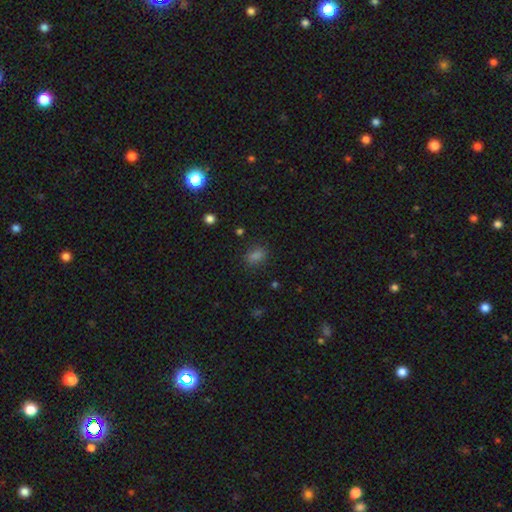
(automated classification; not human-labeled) A smooth galaxy with no disk features (74%) that is in between round and cigar-shaped (73%). Merging: none (82%).